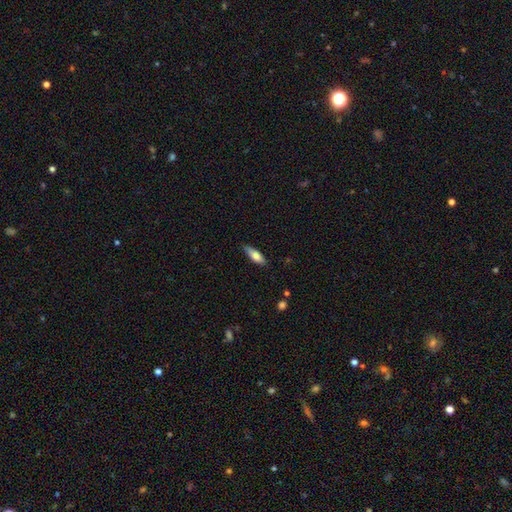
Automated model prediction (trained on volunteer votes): Smooth or featured: smooth — 74% (featured or disk — 20%)
How rounded: in between — 56% (cigar-shaped — 42%)
Merging: none — 82% (minor disturbance — 14%)